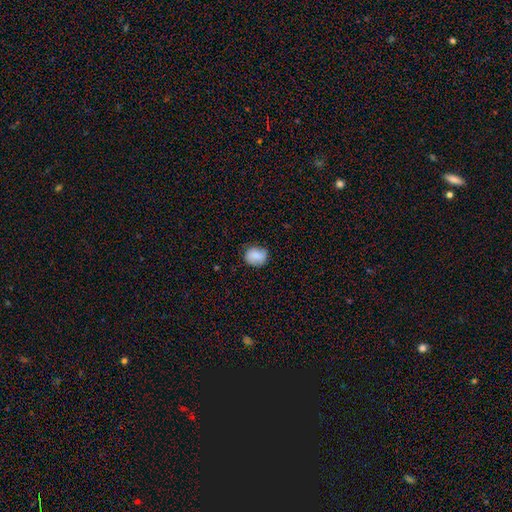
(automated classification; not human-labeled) Smooth or featured: smooth — 76% (featured or disk — 15%)
How rounded: round — 64% (in between — 35%)
Merging: none — 74% (minor disturbance — 20%)